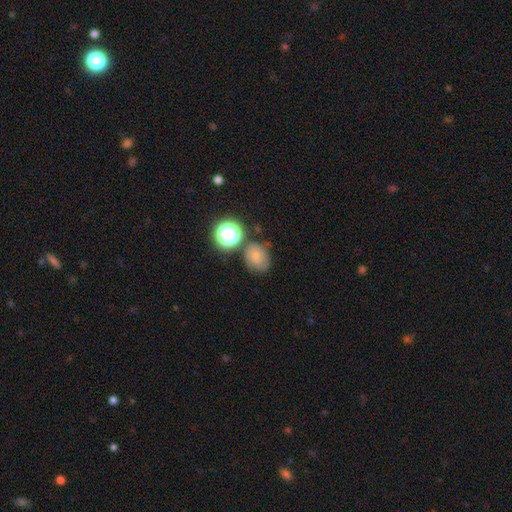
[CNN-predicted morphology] The model was most divided on "how rounded": round: 59%, in between: 40%, cigar-shaped: 1%. More confident: smooth or featured — smooth (70%); merging — none (63%).